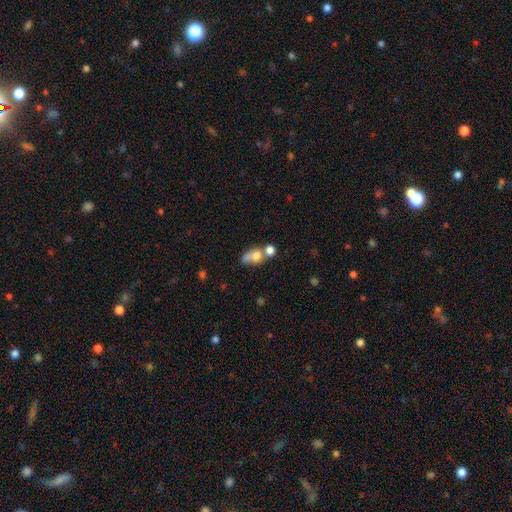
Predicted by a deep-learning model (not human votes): A smooth galaxy with no disk features (70%) that is in between round and cigar-shaped (59%). Merging: merger (49%).